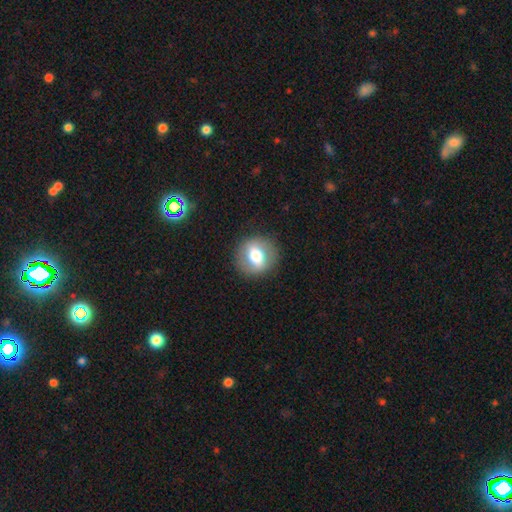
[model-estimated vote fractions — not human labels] Smooth or featured? smooth (54%)
How rounded? round (75%)
Merging? none (88%)